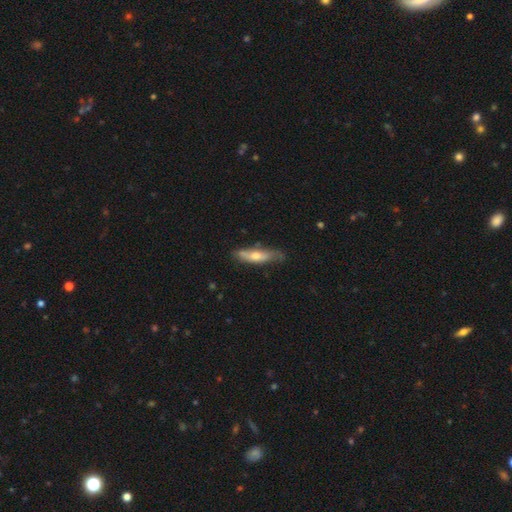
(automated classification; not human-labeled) This appears to be a featured or disk galaxy (47%, tied with smooth). Merging: none (67%).